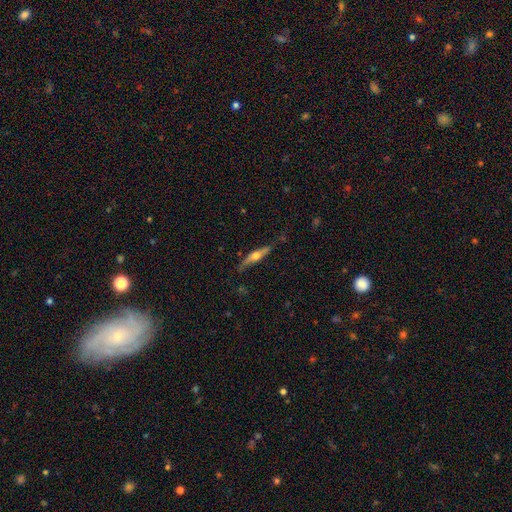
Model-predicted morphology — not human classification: A featured or disk galaxy (61%) viewed edge-on (93%) with a rounded central bulge (93%). Merging: none (76%).